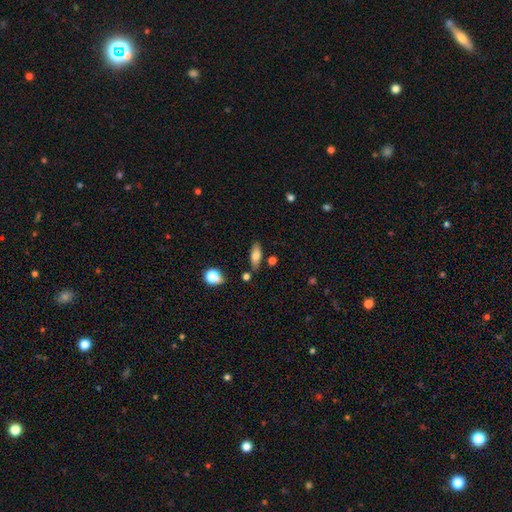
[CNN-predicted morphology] smooth 72%, featured or disk 20%, star or artifact 8%. Down the decision tree: how rounded — in between (74%); merging — none (76%).